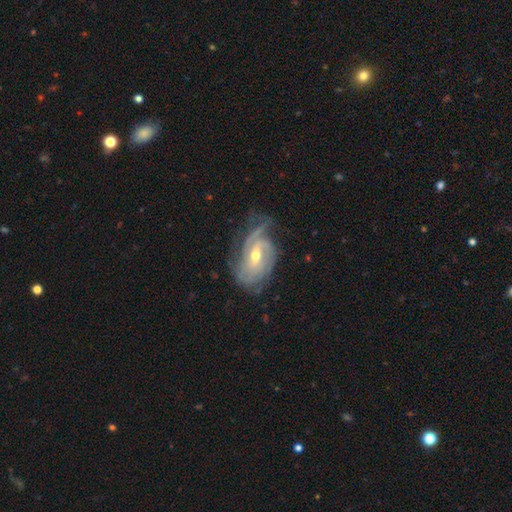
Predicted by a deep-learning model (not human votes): Q: Smooth or featured?
A: featured or disk (85%); runner-up: smooth (9%)
Q: Edge-on disk?
A: no (95%); runner-up: yes (5%)
Q: Bar?
A: weak (49%); runner-up: no (32%)
Q: Spiral arms?
A: yes (94%); runner-up: no (6%)
Q: Spiral winding?
A: tight (56%); runner-up: medium (32%)
Q: Spiral arm count?
A: can't tell (31%); runner-up: 2 (28%)
Q: Bulge size?
A: moderate (57%); runner-up: small (39%)
Q: Merging?
A: none (55%); runner-up: minor disturbance (27%)